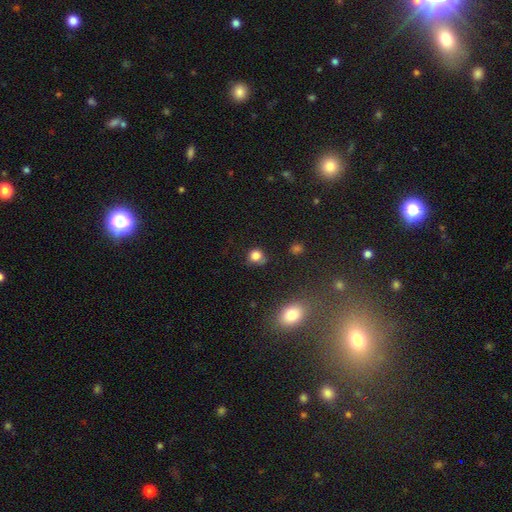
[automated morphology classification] Q: Smooth or featured?
A: smooth (80%); runner-up: star or artifact (14%)
Q: How rounded?
A: round (82%); runner-up: in between (17%)
Q: Merging?
A: none (63%); runner-up: minor disturbance (24%)